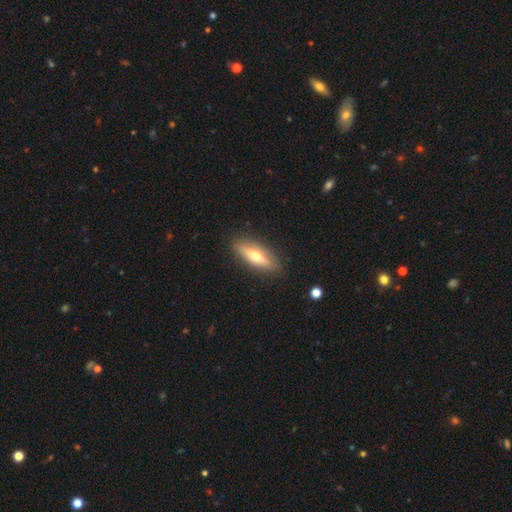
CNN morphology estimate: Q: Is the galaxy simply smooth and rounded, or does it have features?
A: smooth — 52%.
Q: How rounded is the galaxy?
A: cigar-shaped — 54%.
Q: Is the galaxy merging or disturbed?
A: none — 87%.